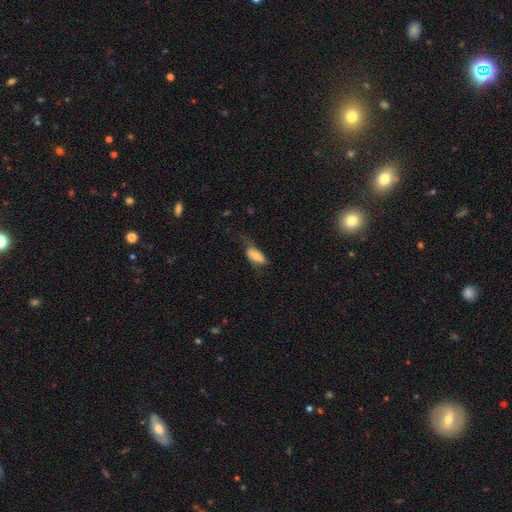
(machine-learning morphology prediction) type=smooth (58%); roundness=in between (83%); merging=none (38%).